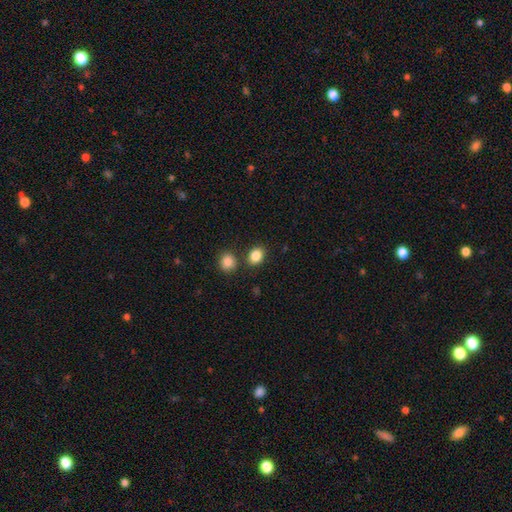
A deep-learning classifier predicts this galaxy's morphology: smooth-or-featured: smooth: 86% | star or artifact: 10% | featured or disk: 5%
  how-rounded: in between: 55% | round: 44% | cigar-shaped: 1%
  merging: none: 78% | merger: 10% | minor disturbance: 9% | major disturbance: 3%